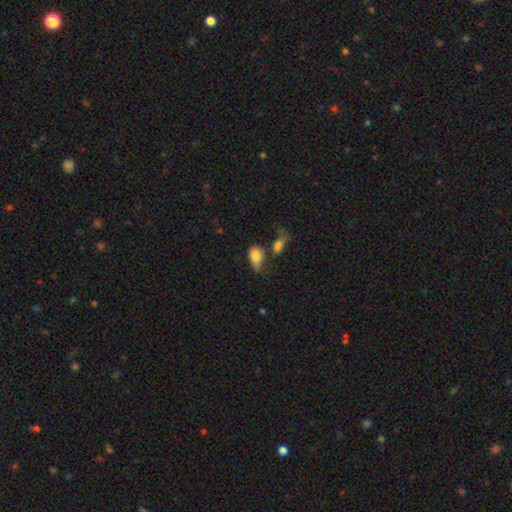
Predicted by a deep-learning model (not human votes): A smooth galaxy with no disk features (80%) that is in between round and cigar-shaped (87%). Merging: none (28%).